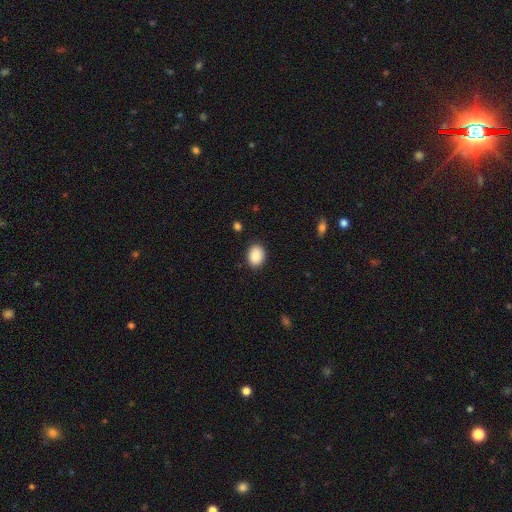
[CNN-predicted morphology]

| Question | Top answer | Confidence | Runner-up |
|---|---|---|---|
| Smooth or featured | smooth | 90% | star or artifact (7%) |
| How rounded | in between | 66% | round (33%) |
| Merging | none | 88% | minor disturbance (9%) |